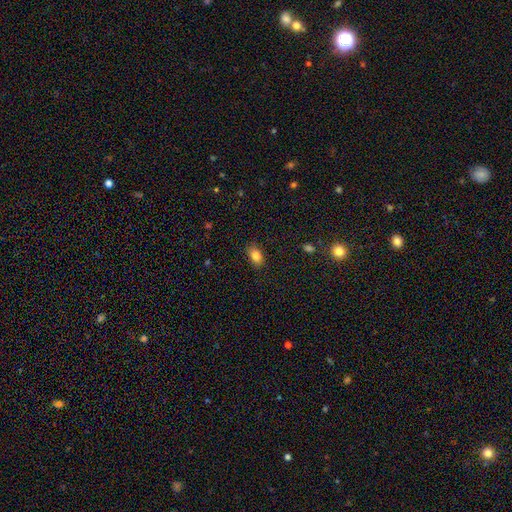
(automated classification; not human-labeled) Smooth or featured? smooth (84%)
How rounded? in between (85%)
Merging? none (84%)